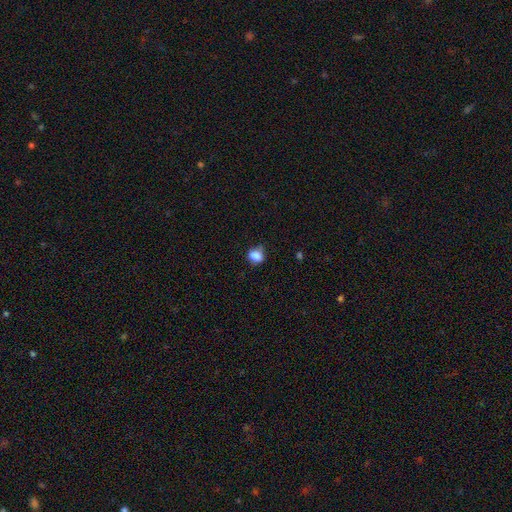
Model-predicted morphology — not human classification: Smooth or featured? smooth (83%)
How rounded? round (50%)
Merging? none (58%)